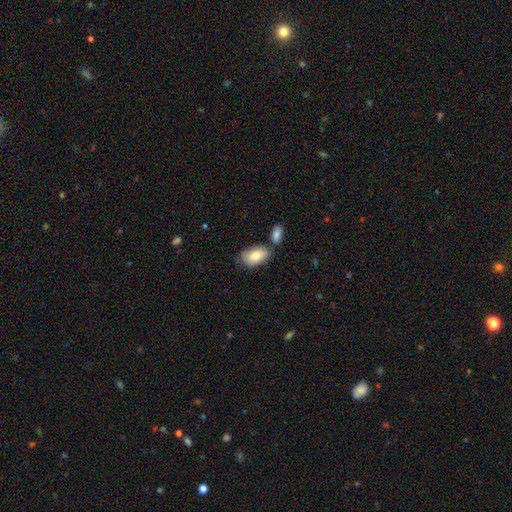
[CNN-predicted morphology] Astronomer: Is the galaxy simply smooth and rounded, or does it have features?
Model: smooth — 84%.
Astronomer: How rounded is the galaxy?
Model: in between — 94%.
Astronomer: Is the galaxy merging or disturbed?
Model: none — 60%.